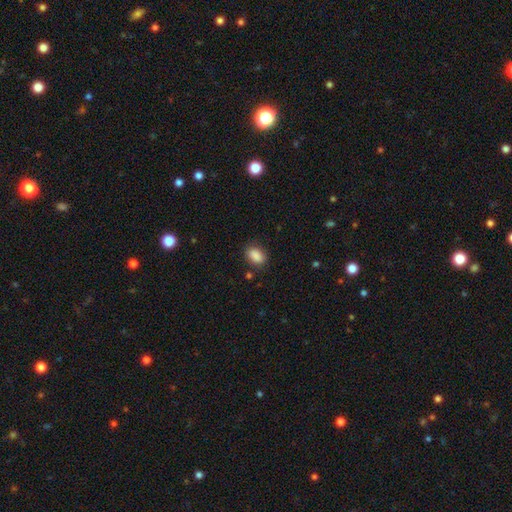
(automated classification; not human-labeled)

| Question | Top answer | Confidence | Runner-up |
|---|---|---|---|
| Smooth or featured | smooth | 88% | star or artifact (8%) |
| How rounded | in between | 82% | round (16%) |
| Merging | none | 81% | minor disturbance (14%) |